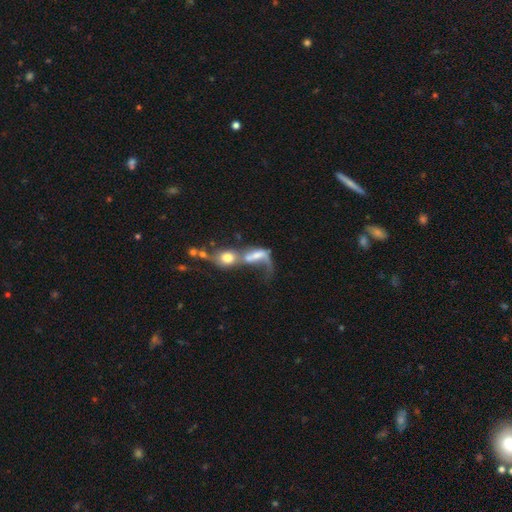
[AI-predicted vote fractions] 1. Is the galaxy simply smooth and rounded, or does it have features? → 46% featured or disk, 43% smooth, 11% star or artifact.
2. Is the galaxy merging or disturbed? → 74% merger, 13% major disturbance, 9% none, 4% minor disturbance.